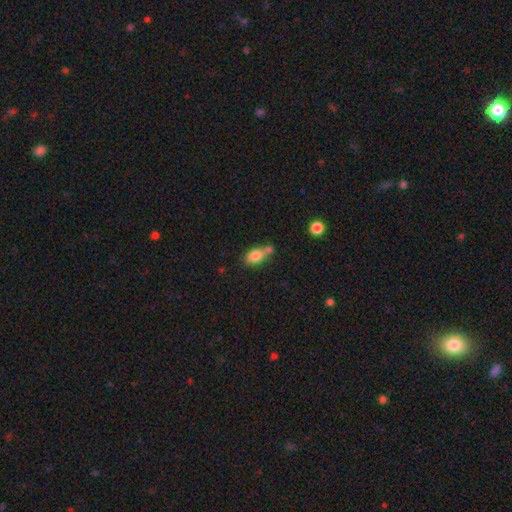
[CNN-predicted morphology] Overall: smooth (79%). How rounded: in between (79%). Merging: none (42%; merger 37%).